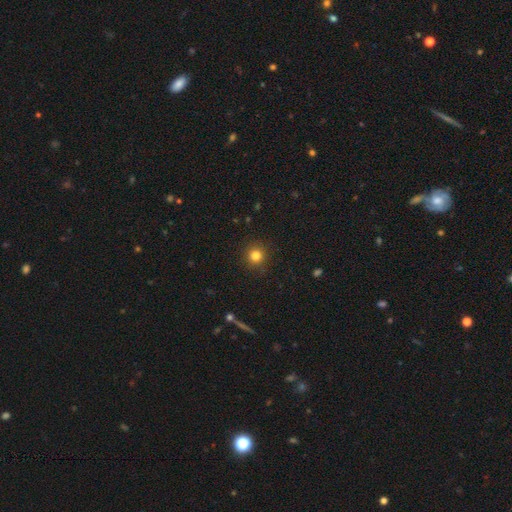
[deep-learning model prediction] This appears to be a smooth galaxy with no disk features (81%) that is round (93%). Merging: none (91%).